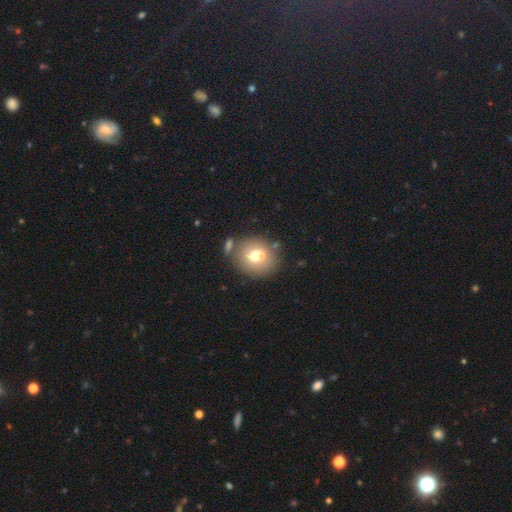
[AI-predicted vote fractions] A smooth galaxy with no disk features (67%) that is round (77%). Merging: none (67%).